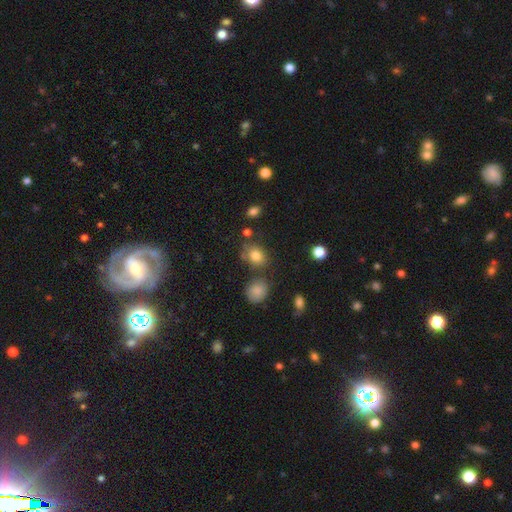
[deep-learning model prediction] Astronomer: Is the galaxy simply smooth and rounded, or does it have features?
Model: smooth — 80%.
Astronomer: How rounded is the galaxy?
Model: in between — 56% (runner-up: round, 43%).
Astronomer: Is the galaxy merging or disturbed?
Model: none — 66%.